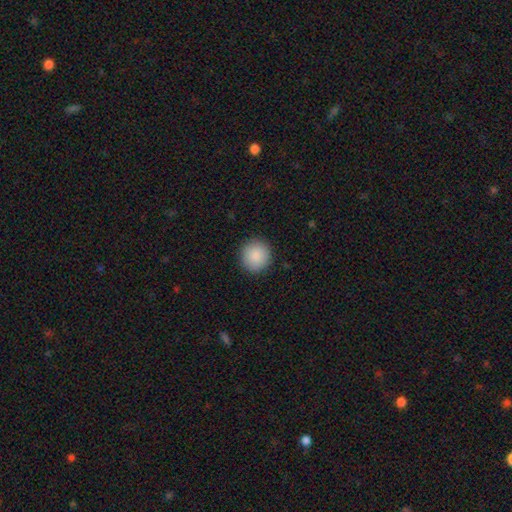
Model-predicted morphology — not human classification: smooth 89%, star or artifact 7%, featured or disk 4%. Down the decision tree: how rounded — round (94%); merging — none (91%).